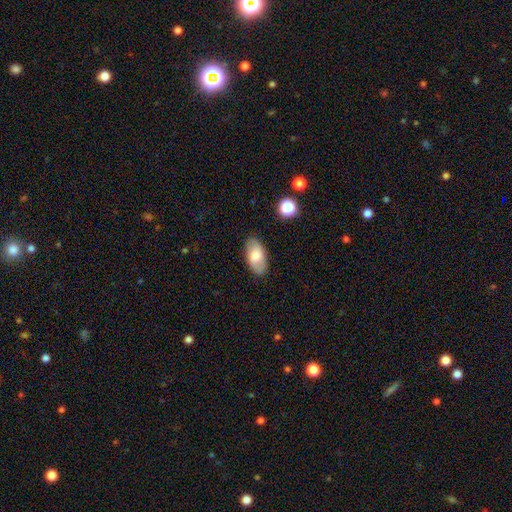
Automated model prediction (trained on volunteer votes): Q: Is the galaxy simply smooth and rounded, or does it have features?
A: smooth — 69%.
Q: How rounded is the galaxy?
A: in between — 94%.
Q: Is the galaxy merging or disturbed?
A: none — 86%.